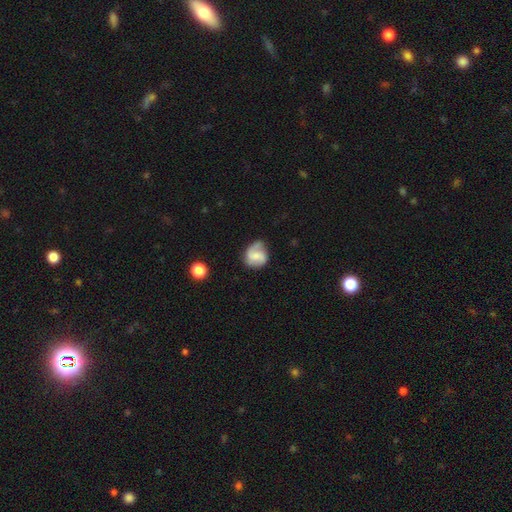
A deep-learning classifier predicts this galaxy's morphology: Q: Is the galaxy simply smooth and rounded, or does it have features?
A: featured or disk — 54%.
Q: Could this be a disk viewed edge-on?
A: no — 98%.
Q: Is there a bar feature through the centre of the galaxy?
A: weak — 46%.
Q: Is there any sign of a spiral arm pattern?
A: yes — 90%.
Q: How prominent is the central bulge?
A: small — 45%.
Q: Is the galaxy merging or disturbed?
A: none — 63%.